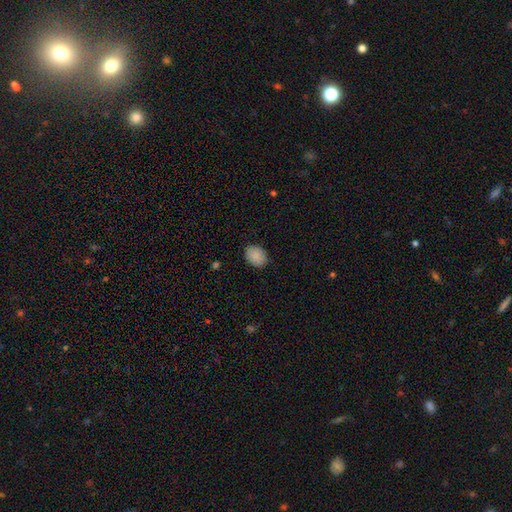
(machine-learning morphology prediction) A smooth galaxy with no disk features (89%) that is in between round and cigar-shaped (62%). Merging: none (86%).